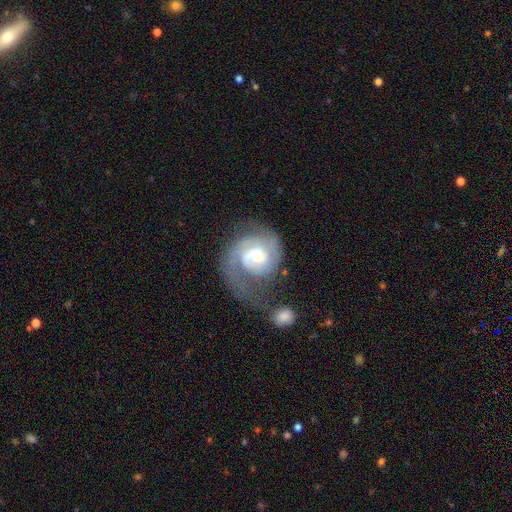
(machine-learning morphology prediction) smooth_or_featured: featured or disk (p=0.80) [alt: smooth p=0.14]
disk_edge_on: no (p=0.98) [alt: yes p=0.02]
bar: no (p=0.46) [alt: weak p=0.45]
has_spiral_arms: yes (p=0.94) [alt: no p=0.06]
spiral_winding: tight (p=0.44) [alt: medium p=0.38]
spiral_arm_count: 1 (p=0.43) [alt: 2 p=0.34]
bulge_size: moderate (p=0.54) [alt: small p=0.28]
merging: major disturbance (p=0.37) [alt: none p=0.33]